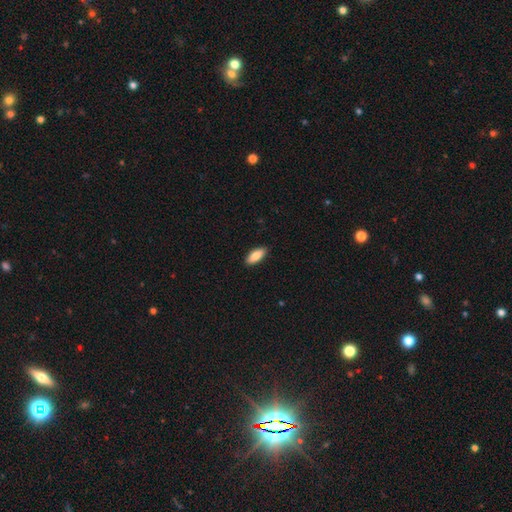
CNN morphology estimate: A smooth galaxy with no disk features (85%) that is in between round and cigar-shaped (81%).

Vote fractions:
- Smooth or featured? smooth: 85% / featured or disk: 9% / star or artifact: 6%
- How rounded? in between: 81% / cigar-shaped: 17% / round: 2%
- Merging? none: 90% / minor disturbance: 8% / major disturbance: 2% / merger: 1%